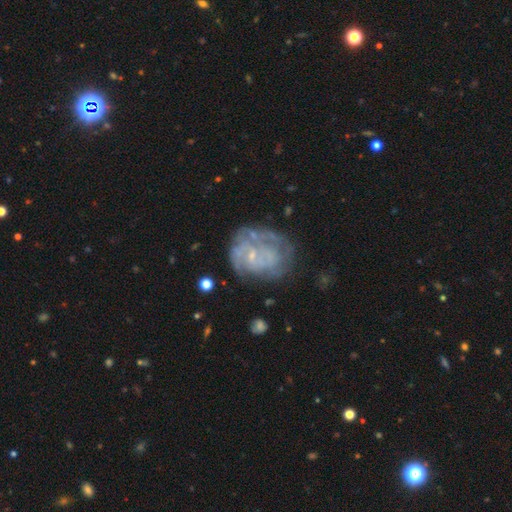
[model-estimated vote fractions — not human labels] Smooth or featured? featured or disk (73%)
Edge-on disk? no (98%)
Bar? no (74%)
Spiral arms? yes (68%)
Bulge size? small (66%)
Merging? none (51%)